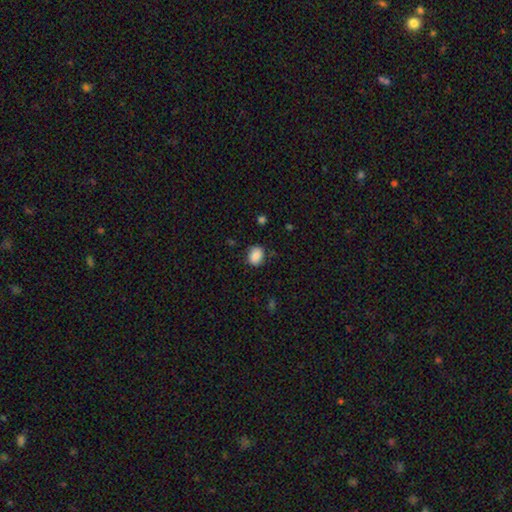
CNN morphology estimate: Overall: smooth (86%). How rounded: in between (50%; round 49%). Merging: none (81%).